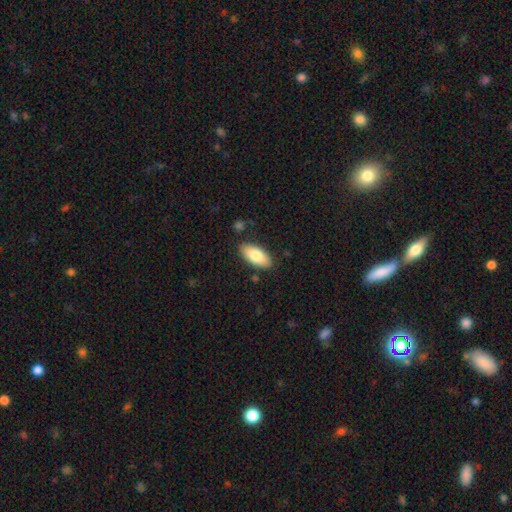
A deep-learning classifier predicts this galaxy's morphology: Smooth or featured? Predicted: smooth (p=0.80). How rounded? Predicted: in between (p=0.88). Merging? Predicted: none (p=0.85).